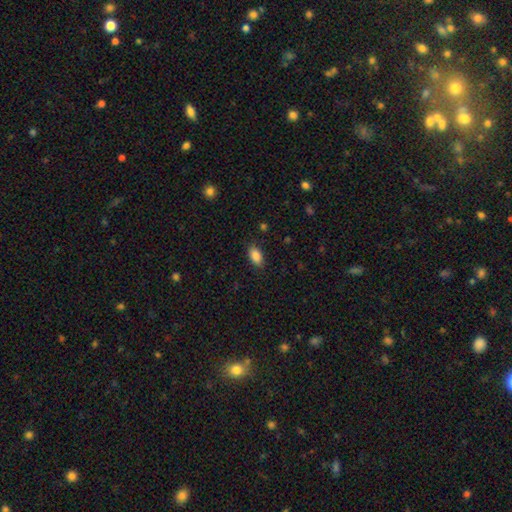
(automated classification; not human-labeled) smooth 87%, star or artifact 8%, featured or disk 5%. Down the decision tree: how rounded — in between (91%); merging — none (86%).